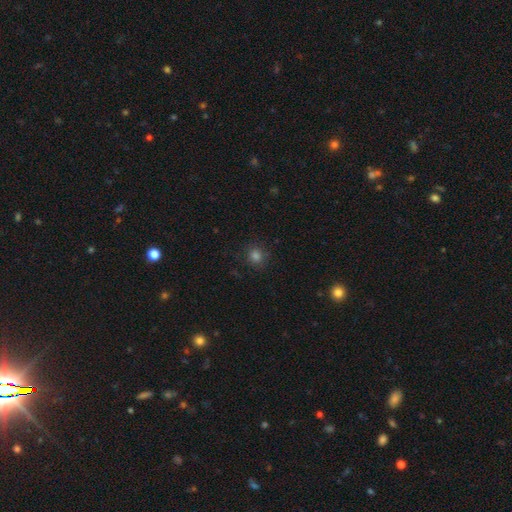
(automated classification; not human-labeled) smooth_or_featured: smooth (p=0.78) [alt: star or artifact p=0.17]
how_rounded: round (p=0.87) [alt: in between p=0.12]
merging: none (p=0.88) [alt: minor disturbance p=0.08]